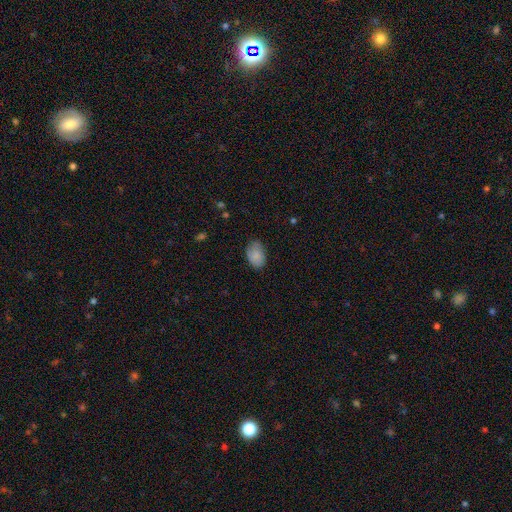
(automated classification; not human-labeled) A smooth galaxy with no disk features (85%) that is in between round and cigar-shaped (87%). Merging: none (75%).